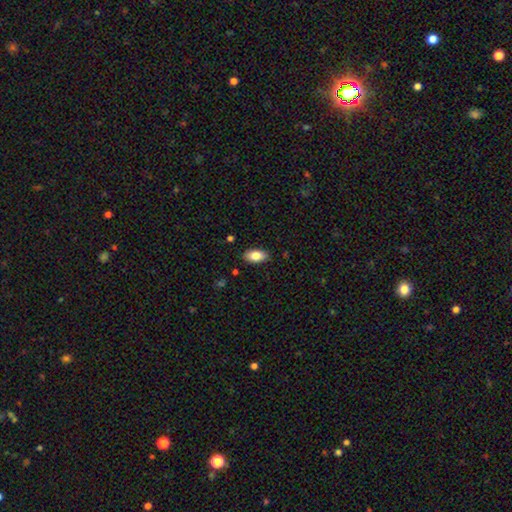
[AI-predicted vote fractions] Overall: smooth (83%). How rounded: in between (92%). Merging: none (87%).